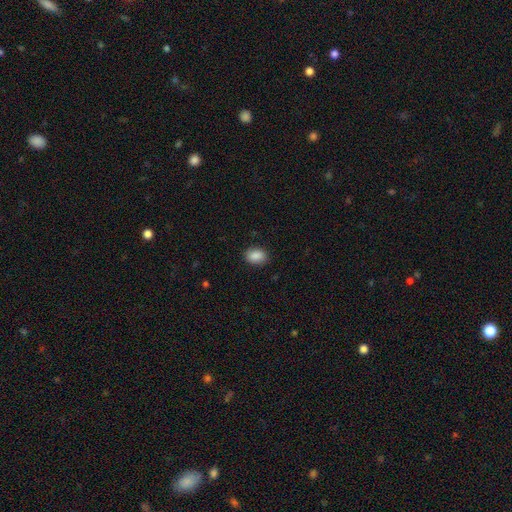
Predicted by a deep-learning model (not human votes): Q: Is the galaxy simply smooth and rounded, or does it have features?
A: smooth — 89%.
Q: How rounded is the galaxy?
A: in between — 75%.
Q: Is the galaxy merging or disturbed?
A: none — 86%.